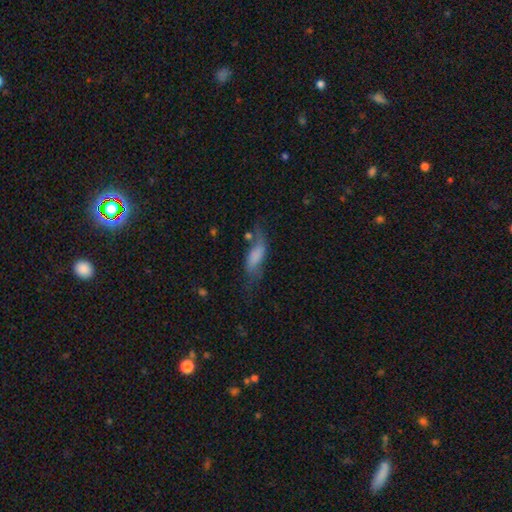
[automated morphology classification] Smooth or featured? smooth (59%)
How rounded? in between (67%)
Merging? none (34%)